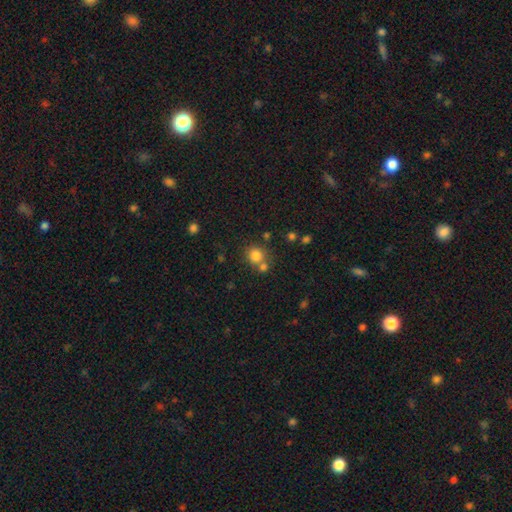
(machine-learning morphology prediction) smooth 80%, star or artifact 13%, featured or disk 7%. Down the decision tree: how rounded — round (85%); merging — none (60%).